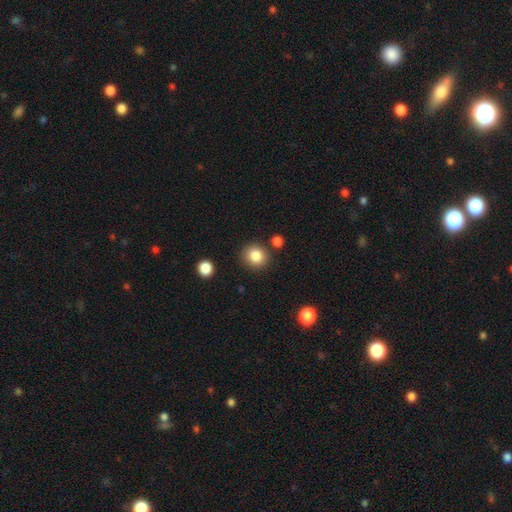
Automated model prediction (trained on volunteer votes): smooth-or-featured: smooth: 85% | star or artifact: 10% | featured or disk: 5%
  how-rounded: round: 84% | in between: 15% | cigar-shaped: 1%
  merging: none: 84% | minor disturbance: 8% | merger: 5% | major disturbance: 3%